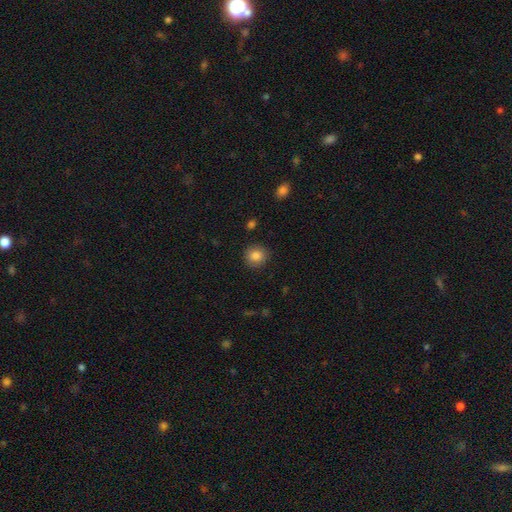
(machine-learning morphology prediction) A smooth galaxy with no disk features (85%) that is round (89%). Merging: none (90%).